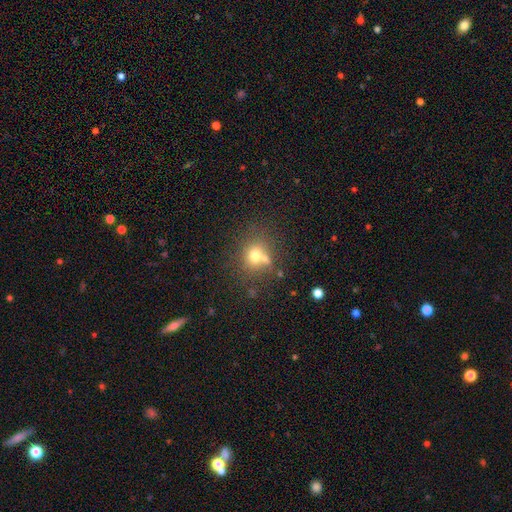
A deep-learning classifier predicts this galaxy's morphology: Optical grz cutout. It shows a smooth galaxy with no disk features (69%) that is round (75%). Merging: none (56%).